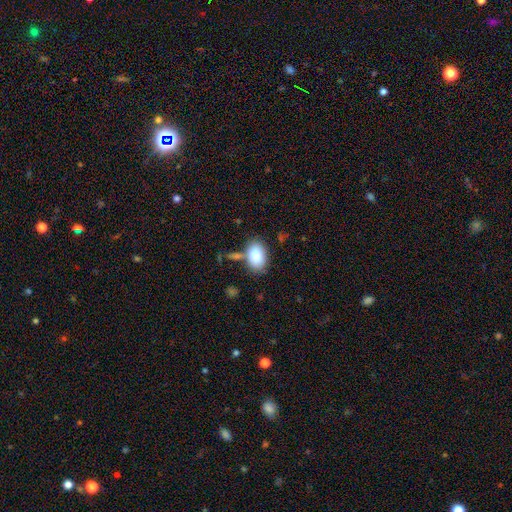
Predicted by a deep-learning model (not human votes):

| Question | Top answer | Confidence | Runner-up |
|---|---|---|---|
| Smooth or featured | smooth | 87% | star or artifact (7%) |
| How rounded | in between | 89% | round (10%) |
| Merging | none | 66% | minor disturbance (16%) |